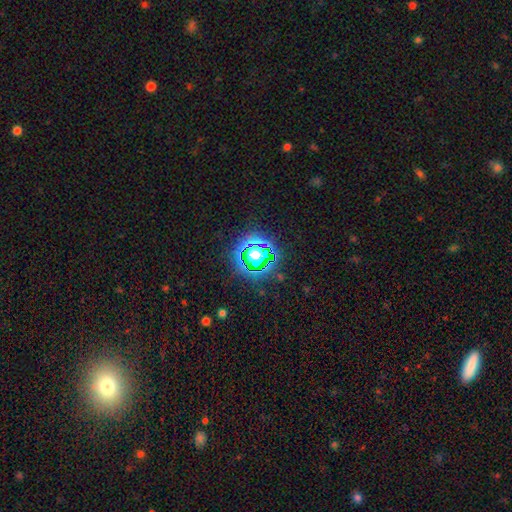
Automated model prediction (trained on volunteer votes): Morphology: type=star or artifact (63%).